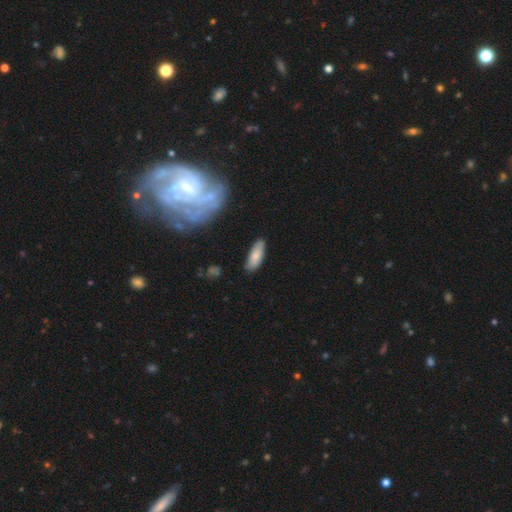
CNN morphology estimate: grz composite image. It shows a smooth galaxy with no disk features (78%) that is in between round and cigar-shaped (65%). Merging: none (80%).